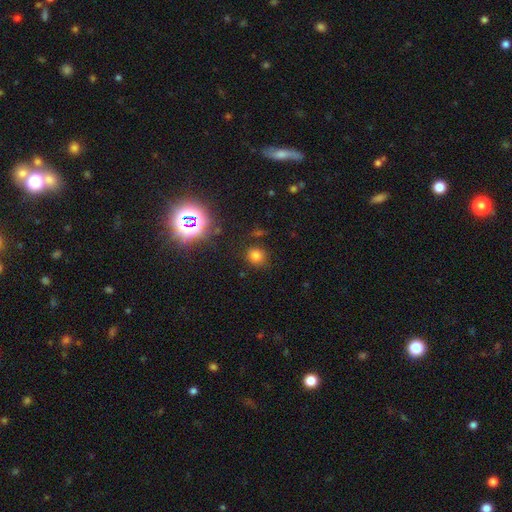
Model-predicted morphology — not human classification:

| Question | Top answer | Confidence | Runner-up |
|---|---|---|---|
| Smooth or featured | smooth | 72% | star or artifact (21%) |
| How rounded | round | 79% | in between (19%) |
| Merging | none | 82% | minor disturbance (11%) |